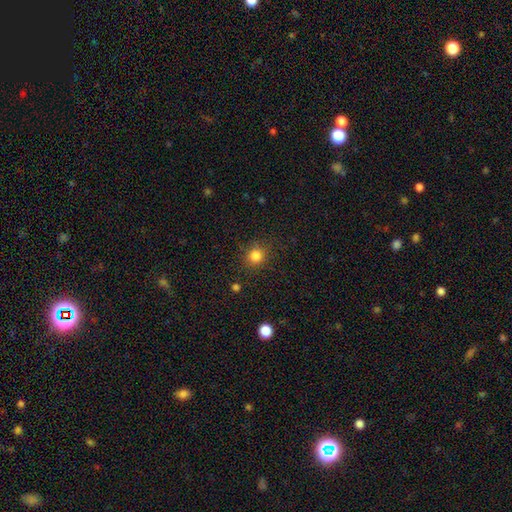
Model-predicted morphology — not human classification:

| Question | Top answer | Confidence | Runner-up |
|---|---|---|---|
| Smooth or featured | smooth | 82% | star or artifact (13%) |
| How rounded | round | 89% | in between (10%) |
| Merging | none | 86% | minor disturbance (9%) |